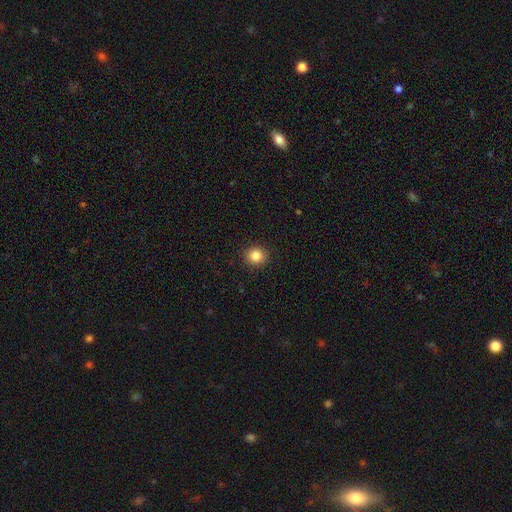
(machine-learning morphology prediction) The model was most divided on "smooth or featured": smooth: 85%, star or artifact: 11%, featured or disk: 4%. More confident: merging — none (92%); how rounded — round (89%).